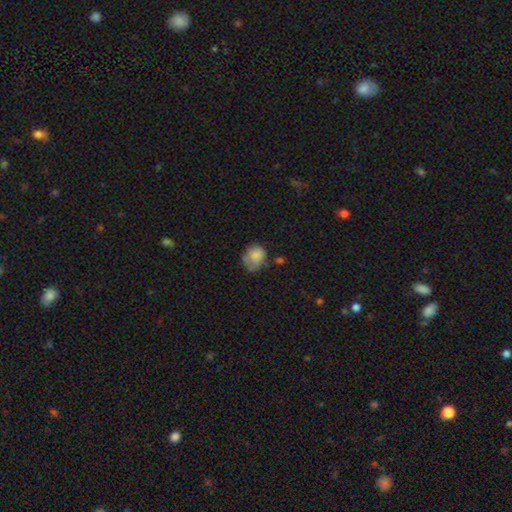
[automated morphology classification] Smooth or featured? smooth (75%)
How rounded? round (57%)
Merging? none (42%)